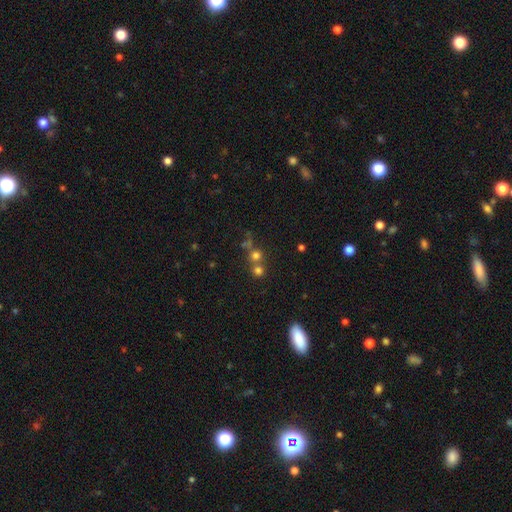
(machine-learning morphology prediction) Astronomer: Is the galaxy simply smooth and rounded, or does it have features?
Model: smooth — 66%.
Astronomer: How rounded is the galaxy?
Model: round — 91%.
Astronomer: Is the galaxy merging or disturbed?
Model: none — 52% (runner-up: merger, 40%).